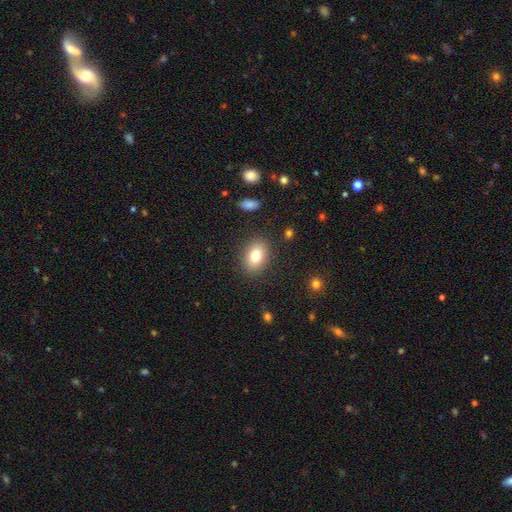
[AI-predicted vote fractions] This appears to be a smooth galaxy with no disk features (79%) that is in between round and cigar-shaped (74%). Merging: none (86%).